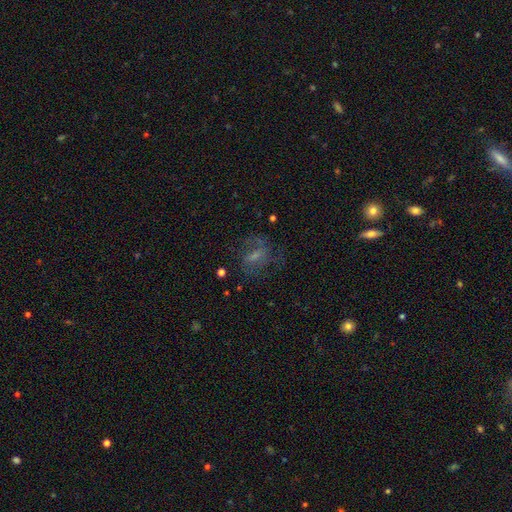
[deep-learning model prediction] Q: Smooth or featured?
A: featured or disk (46%); runner-up: smooth (35%)
Q: Merging?
A: none (53%); runner-up: major disturbance (25%)